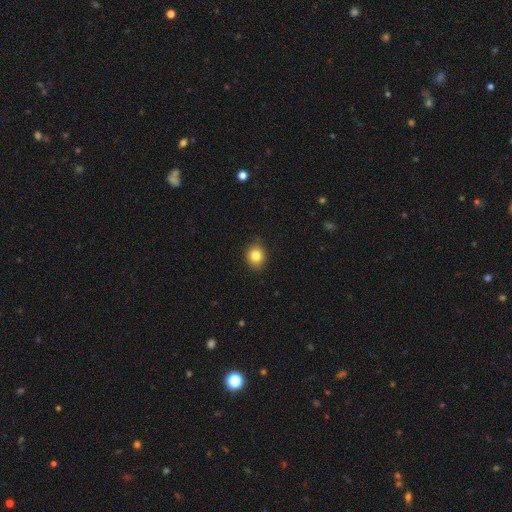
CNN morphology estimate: A smooth galaxy with no disk features (83%) that is round (66%). Merging: none (87%).